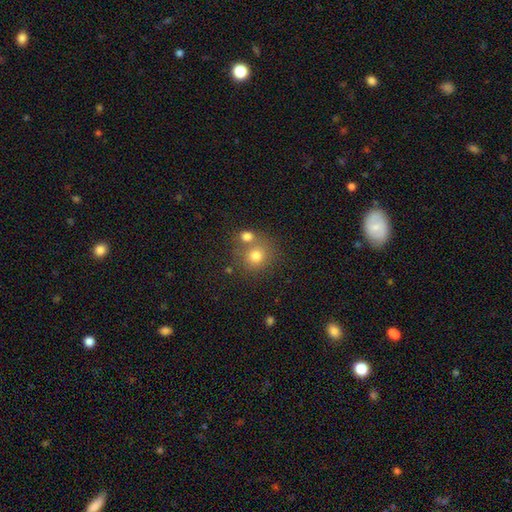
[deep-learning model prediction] A smooth galaxy with no disk features (76%) that is round (86%). Merging: none (57%).